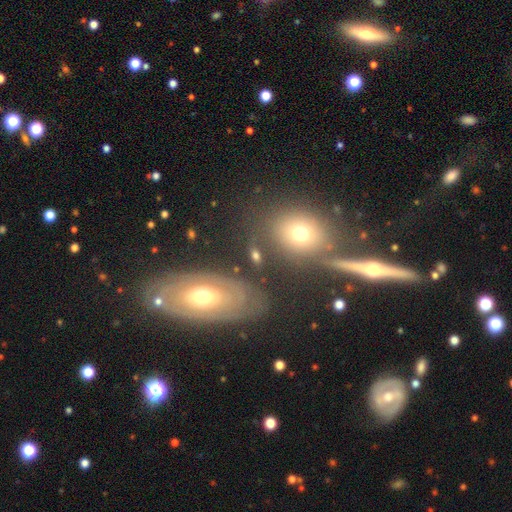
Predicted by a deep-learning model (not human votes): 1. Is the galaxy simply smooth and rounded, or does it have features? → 58% smooth, 27% featured or disk, 15% star or artifact.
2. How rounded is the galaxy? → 72% in between, 22% round, 6% cigar-shaped.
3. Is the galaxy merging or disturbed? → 60% none, 15% minor disturbance, 15% merger, 10% major disturbance.